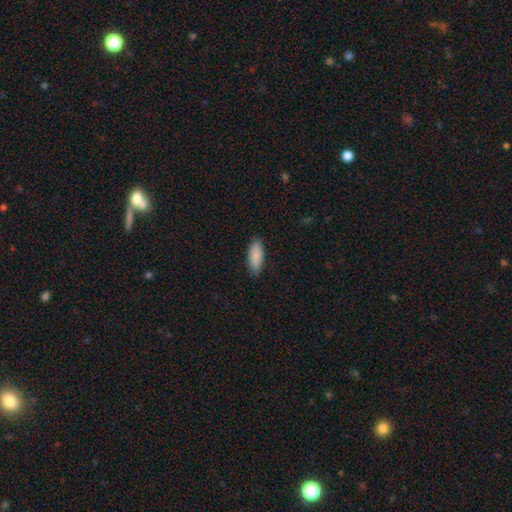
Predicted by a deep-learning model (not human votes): Morphology: type=smooth (89%); roundness=in between (80%); merging=none (86%).